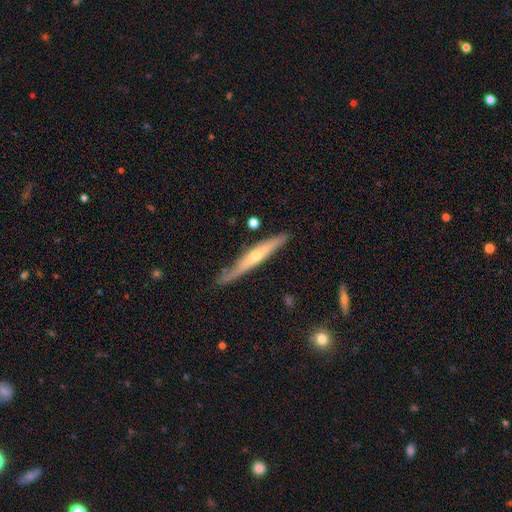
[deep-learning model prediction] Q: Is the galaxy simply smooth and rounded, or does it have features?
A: featured or disk — 65%.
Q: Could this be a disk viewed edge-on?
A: yes — 93%.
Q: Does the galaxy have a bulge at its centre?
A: rounded — 78%.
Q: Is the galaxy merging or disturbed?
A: none — 76%.